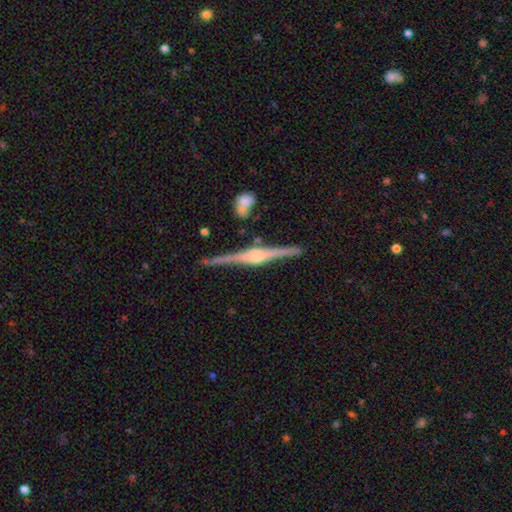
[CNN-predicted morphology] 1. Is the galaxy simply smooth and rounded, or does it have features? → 88% featured or disk, 7% smooth, 5% star or artifact.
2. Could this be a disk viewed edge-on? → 98% yes, 2% no.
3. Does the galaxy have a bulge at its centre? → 83% rounded, 13% boxy, 4% none.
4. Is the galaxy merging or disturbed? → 85% none, 9% minor disturbance, 4% merger, 2% major disturbance.